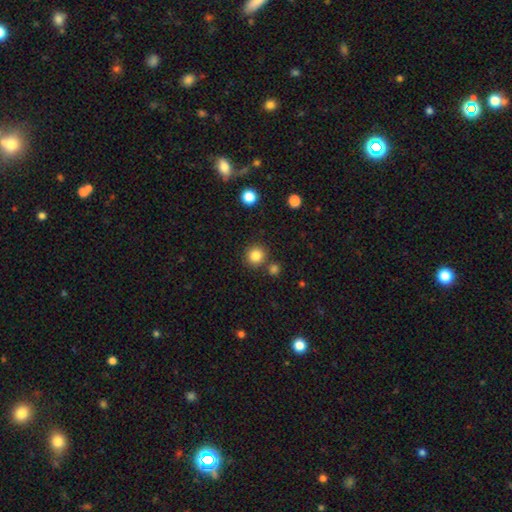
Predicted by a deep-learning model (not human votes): A smooth galaxy with no disk features (83%) that is round (92%).

Vote fractions:
- Smooth or featured? smooth: 83% / star or artifact: 11% / featured or disk: 5%
- How rounded? round: 92% / in between: 7% / cigar-shaped: 1%
- Merging? none: 81% / merger: 9% / minor disturbance: 7% / major disturbance: 3%